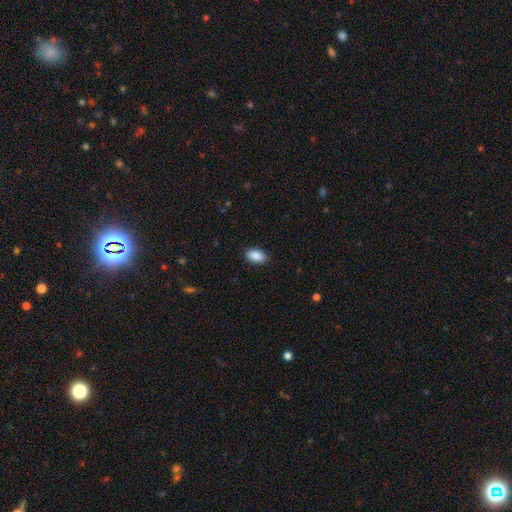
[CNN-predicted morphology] Smooth or featured? Predicted: smooth (p=0.90). How rounded? Predicted: in between (p=0.93). Merging? Predicted: none (p=0.88).